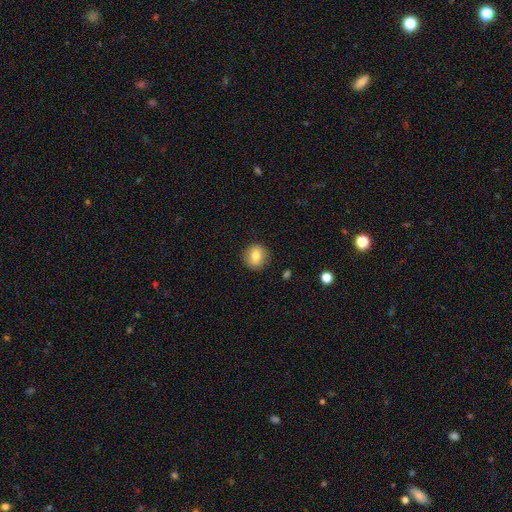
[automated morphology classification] Smooth or featured? smooth (77%)
How rounded? round (80%)
Merging? none (88%)